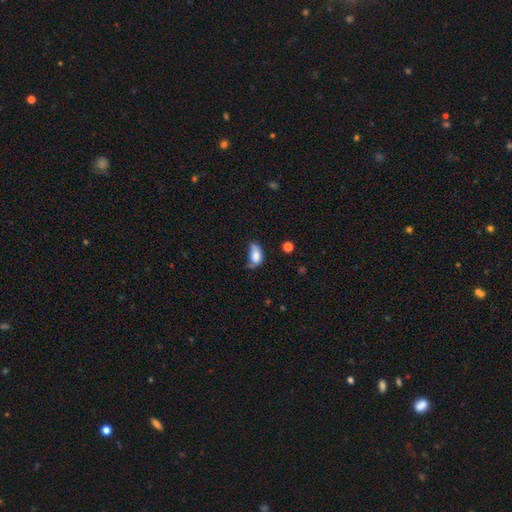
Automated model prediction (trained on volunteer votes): This appears to be a smooth galaxy with no disk features (77%) that is in between round and cigar-shaped (90%). Merging: minor disturbance (40%).